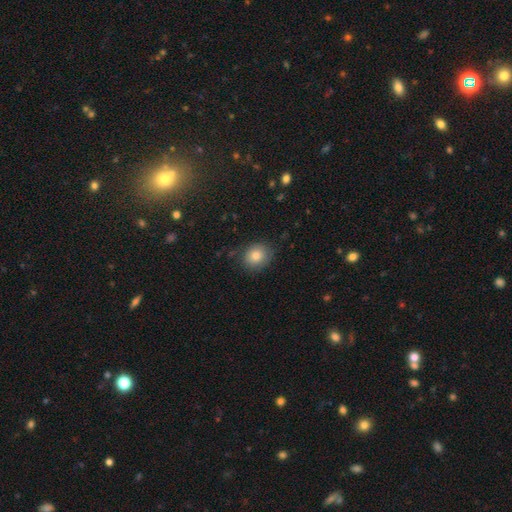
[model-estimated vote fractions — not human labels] smooth_or_featured: smooth (p=0.80) [alt: featured or disk p=0.10]
how_rounded: round (p=0.66) [alt: in between p=0.33]
merging: none (p=0.80) [alt: minor disturbance p=0.15]